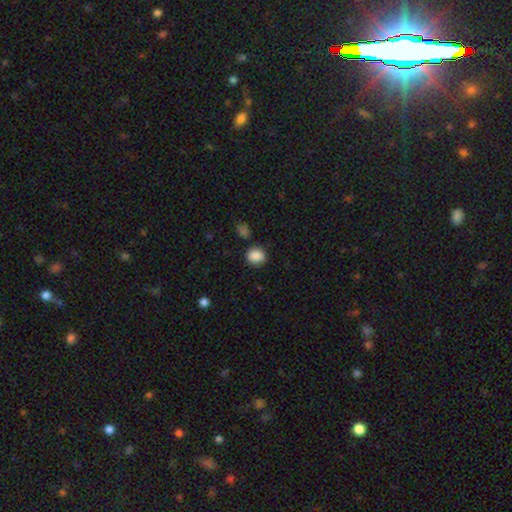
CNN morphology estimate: Smooth or featured: smooth — 88% (star or artifact — 9%)
How rounded: round — 67% (in between — 32%)
Merging: none — 83% (minor disturbance — 10%)